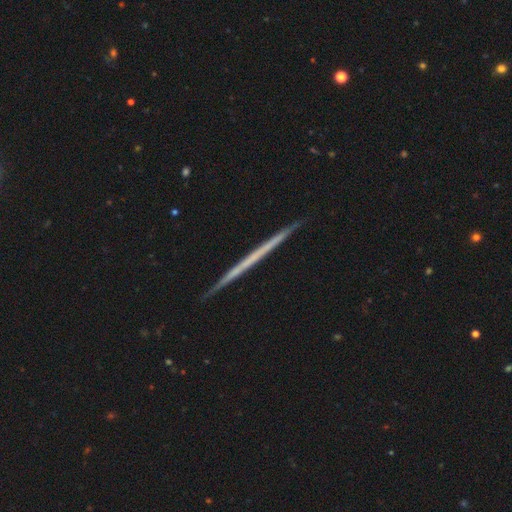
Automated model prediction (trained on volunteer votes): Smooth or featured? Predicted: featured or disk (p=0.64). Edge-on disk? Predicted: yes (p=0.98). Edge-on bulge? Predicted: none (p=0.93). Merging? Predicted: none (p=0.92).